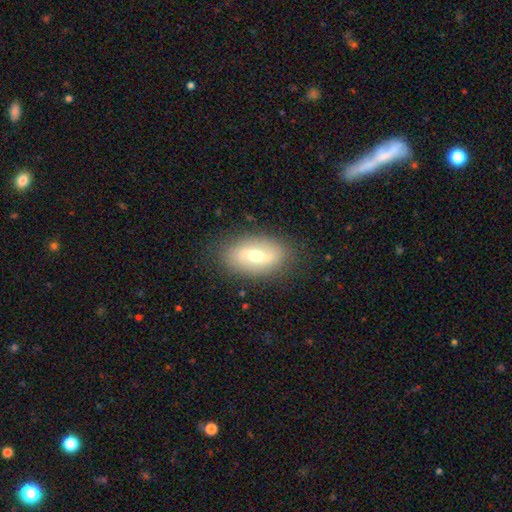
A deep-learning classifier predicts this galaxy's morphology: This is possibly a featured or disk galaxy (52%). It is clearly not viewed edge-on (89%). Merging: clearly none (84%).